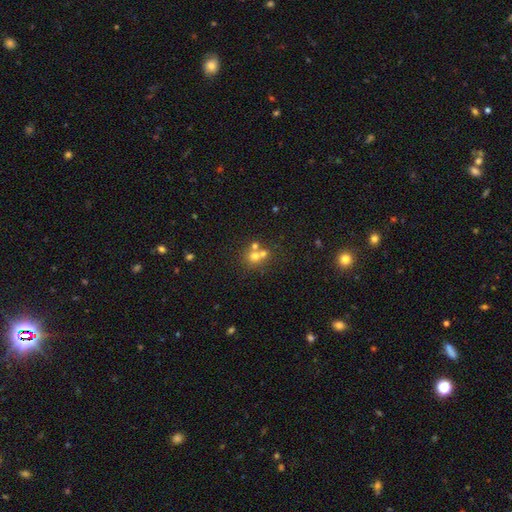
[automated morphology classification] Smooth or featured? Predicted: smooth (p=0.59). How rounded? Predicted: round (p=0.82). Merging? Predicted: none (p=0.45).